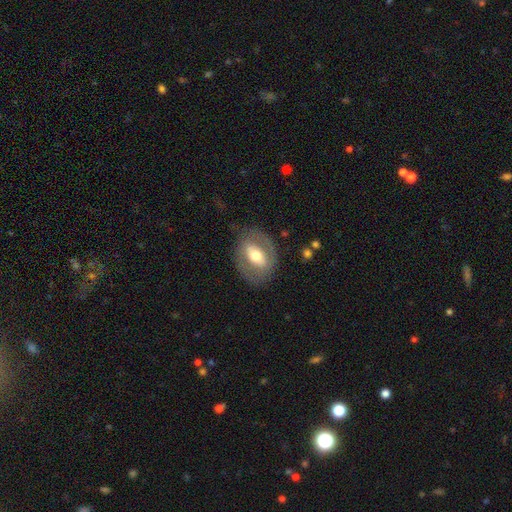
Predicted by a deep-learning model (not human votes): Morphology: type=featured or disk (56%); edge-on=no (90%); bar=strong (41%); spiral arms=no (71%); bulge=moderate (68%); merging=none (75%).